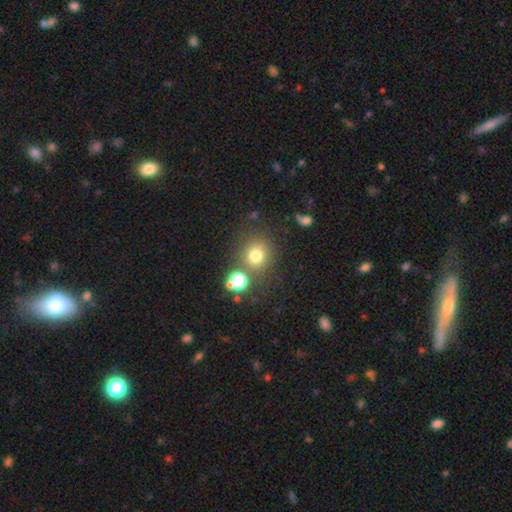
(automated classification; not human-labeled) smooth_or_featured: smooth (p=0.74) [alt: star or artifact p=0.18]
how_rounded: round (p=0.88) [alt: in between p=0.11]
merging: none (p=0.75) [alt: merger p=0.10]